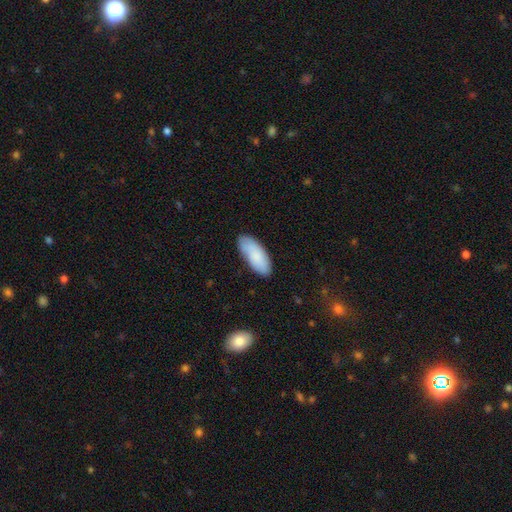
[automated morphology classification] A smooth galaxy with no disk features (84%) that is in between round and cigar-shaped (84%).

Vote fractions:
- Smooth or featured? smooth: 84% / featured or disk: 10% / star or artifact: 6%
- How rounded? in between: 84% / cigar-shaped: 15% / round: 2%
- Merging? none: 76% / minor disturbance: 19% / major disturbance: 4% / merger: 2%